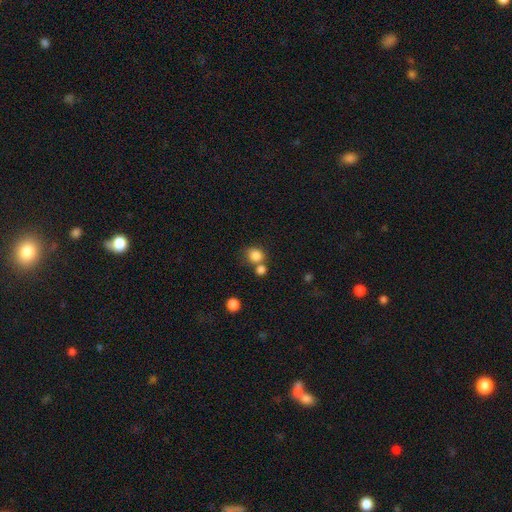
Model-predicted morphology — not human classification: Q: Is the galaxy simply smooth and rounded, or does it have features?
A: smooth — 83%.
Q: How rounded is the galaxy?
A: round — 74%.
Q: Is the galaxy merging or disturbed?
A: none — 53%.